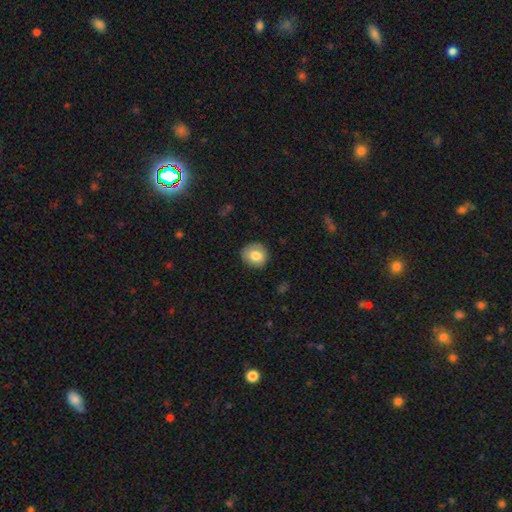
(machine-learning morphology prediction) type=smooth (78%); roundness=round (86%); merging=none (82%).